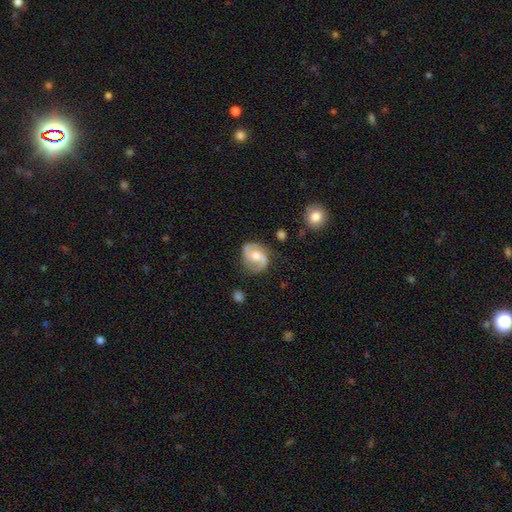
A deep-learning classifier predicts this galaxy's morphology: type=featured or disk (81%); edge-on=no (98%); bar=no (50%); spiral arms=yes (95%); winding=medium (49%); arm count=2 (91%); bulge=moderate (70%); merging=none (75%).